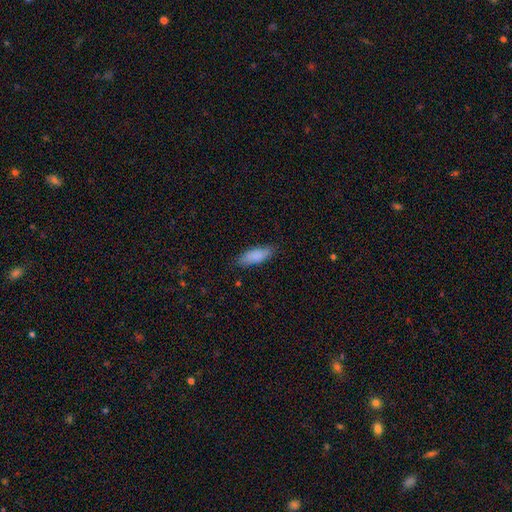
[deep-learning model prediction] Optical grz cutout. It shows a smooth galaxy with no disk features (86%) that is in between round and cigar-shaped (67%). Merging: none (82%).